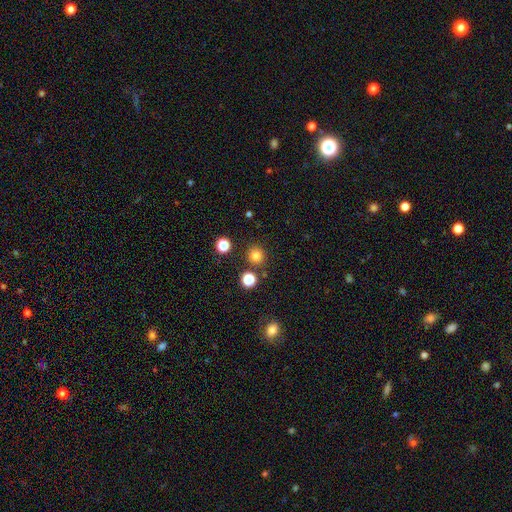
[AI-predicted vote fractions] Q: Smooth or featured?
A: smooth (79%); runner-up: star or artifact (16%)
Q: How rounded?
A: round (93%); runner-up: in between (6%)
Q: Merging?
A: none (85%); runner-up: minor disturbance (7%)